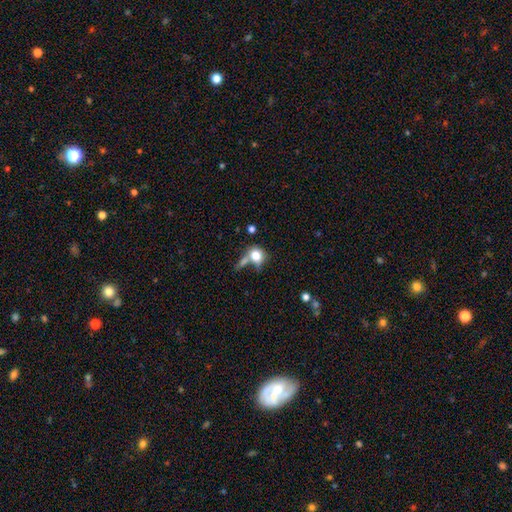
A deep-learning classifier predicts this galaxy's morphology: Smooth or featured?
  - smooth: 77% *
  - featured or disk: 13%
  - star or artifact: 10%
How rounded?
  - round: 58% *
  - in between: 40%
  - cigar-shaped: 2%
Merging?
  - merger: 36% *
  - none: 34%
  - minor disturbance: 15%
  - major disturbance: 14%